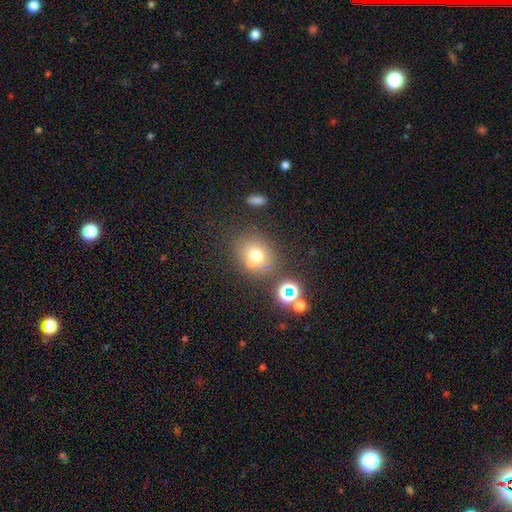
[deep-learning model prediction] Smooth or featured?
  - smooth: 67% *
  - star or artifact: 18%
  - featured or disk: 16%
How rounded?
  - round: 68% *
  - in between: 31%
  - cigar-shaped: 1%
Merging?
  - none: 59% *
  - merger: 24%
  - minor disturbance: 12%
  - major disturbance: 5%